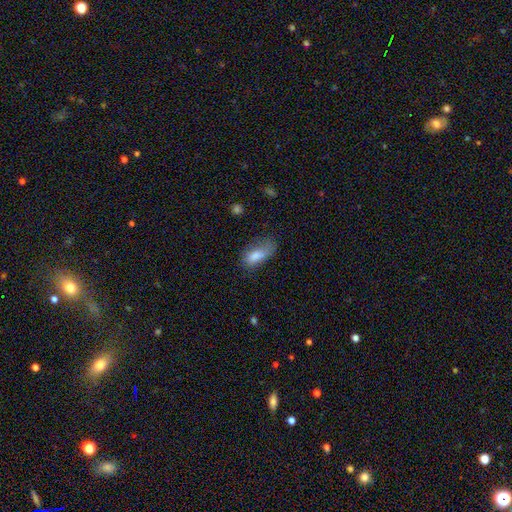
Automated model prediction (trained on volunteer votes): This appears to be a smooth galaxy with no disk features (76%) that is in between round and cigar-shaped (84%). Merging: none (40%).